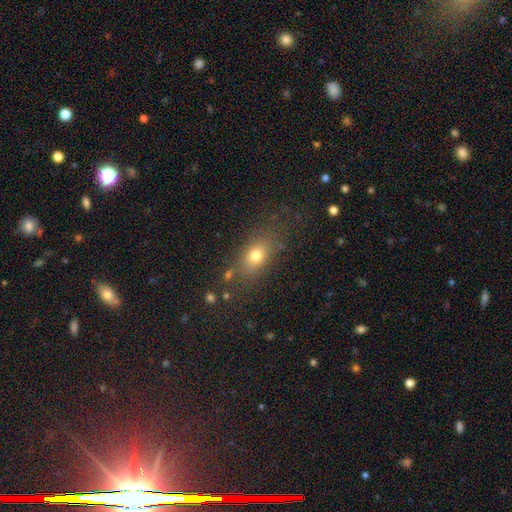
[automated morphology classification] Smooth or featured? smooth (73%)
How rounded? in between (66%)
Merging? none (73%)